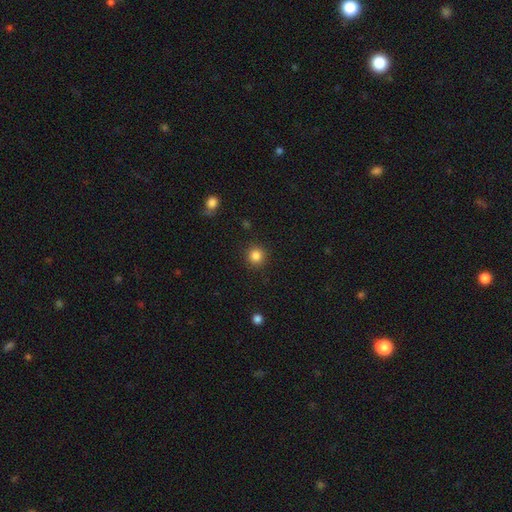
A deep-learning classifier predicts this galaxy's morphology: Overall: smooth (85%). How rounded: round (94%). Merging: none (90%).